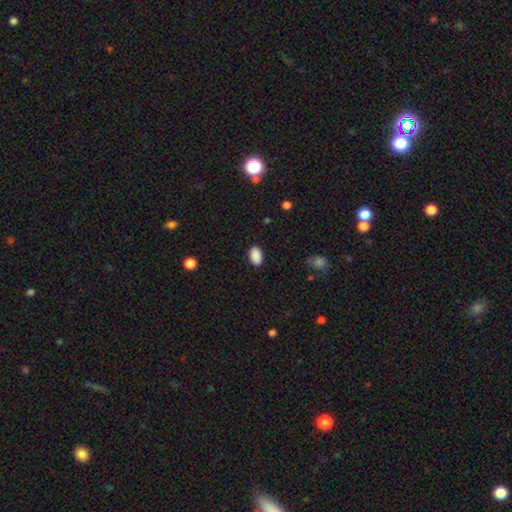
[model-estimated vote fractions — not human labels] This appears to be a smooth galaxy with no disk features (90%) that is in between round and cigar-shaped (92%). Merging: none (87%).